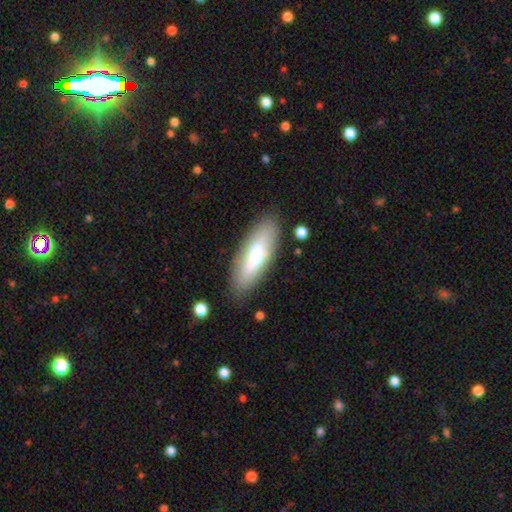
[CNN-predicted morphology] Smooth or featured? Predicted: smooth (p=0.67). How rounded? Predicted: in between (p=0.63). Merging? Predicted: none (p=0.83).